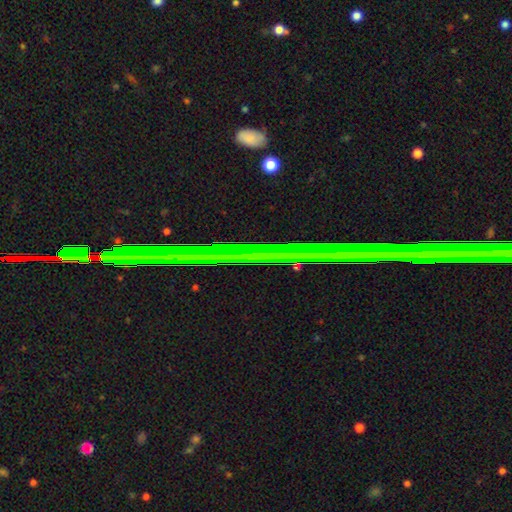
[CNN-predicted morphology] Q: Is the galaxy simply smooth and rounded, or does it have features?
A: star or artifact — 76%.